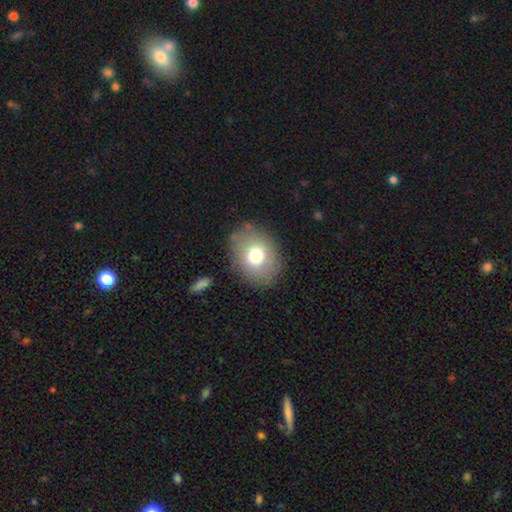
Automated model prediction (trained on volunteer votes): Smooth or featured? Predicted: smooth (p=0.72). How rounded? Predicted: in between (p=0.56). Merging? Predicted: none (p=0.83).